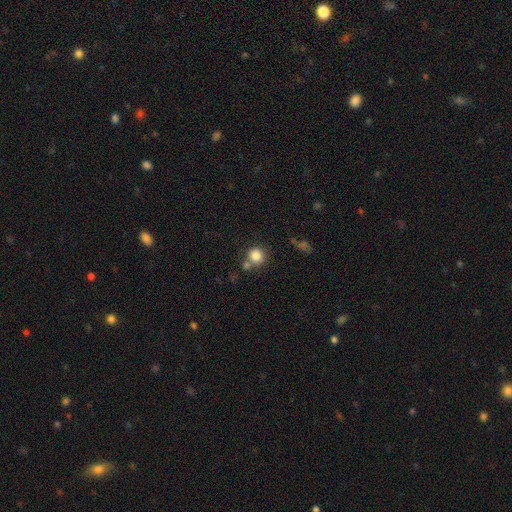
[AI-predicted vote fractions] Smooth or featured? Predicted: smooth (p=0.84). How rounded? Predicted: round (p=0.87). Merging? Predicted: none (p=0.64).